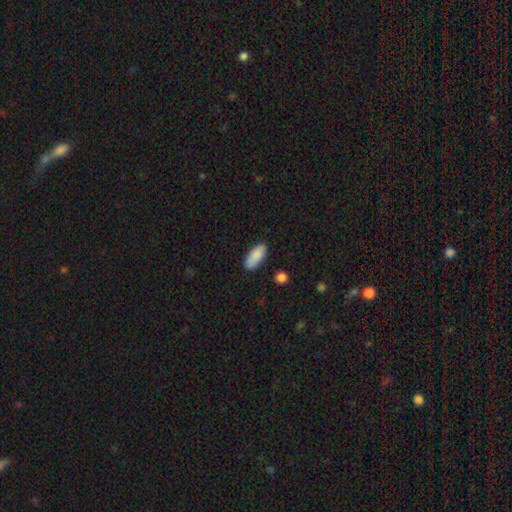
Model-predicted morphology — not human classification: type=smooth (87%); roundness=in between (87%); merging=none (79%).